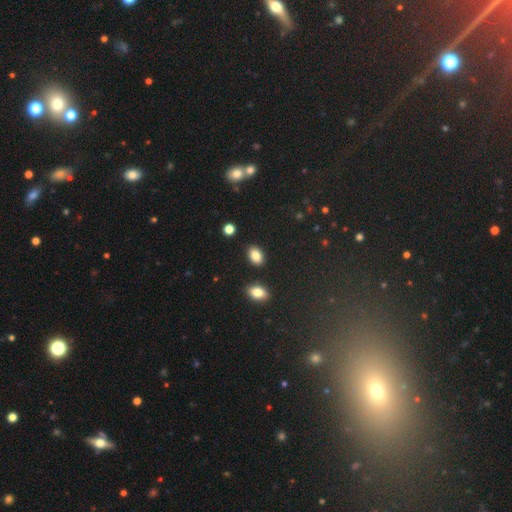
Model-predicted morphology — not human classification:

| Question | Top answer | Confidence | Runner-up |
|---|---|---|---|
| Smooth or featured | smooth | 85% | star or artifact (8%) |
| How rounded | in between | 84% | round (14%) |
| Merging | none | 86% | minor disturbance (8%) |